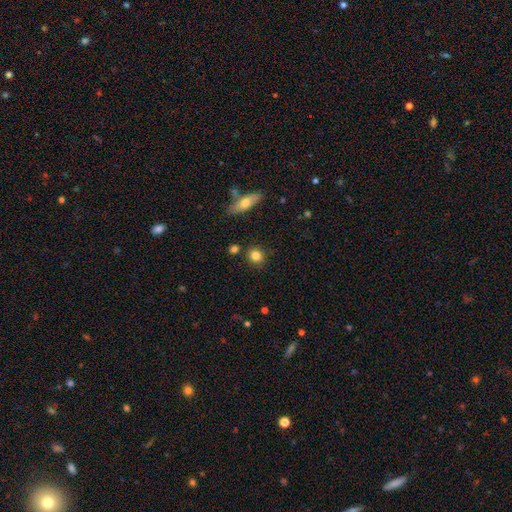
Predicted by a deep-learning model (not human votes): Q: Smooth or featured?
A: smooth (83%); runner-up: star or artifact (10%)
Q: How rounded?
A: round (80%); runner-up: in between (18%)
Q: Merging?
A: none (85%); runner-up: minor disturbance (8%)